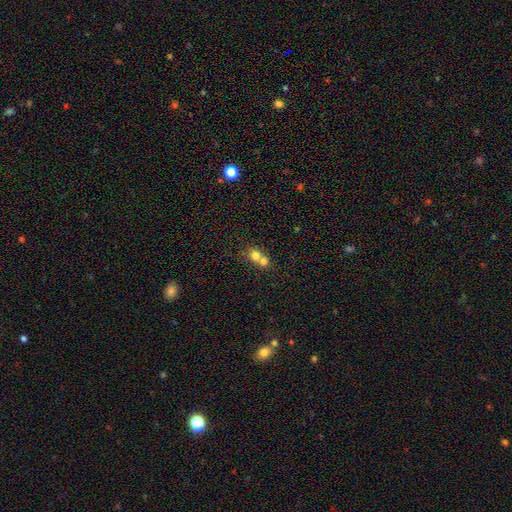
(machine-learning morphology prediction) This appears to be a smooth galaxy with no disk features (75%) that is round (77%). Merging: merger (66%).